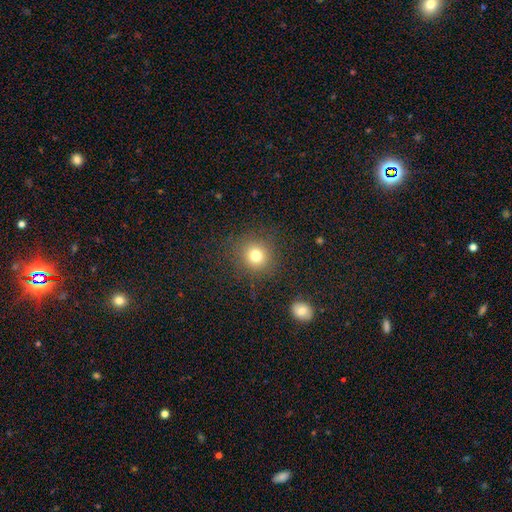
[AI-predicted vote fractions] smooth-or-featured: smooth: 77% | star or artifact: 14% | featured or disk: 8%
  how-rounded: round: 89% | in between: 10% | cigar-shaped: 1%
  merging: none: 87% | minor disturbance: 8% | major disturbance: 4% | merger: 2%